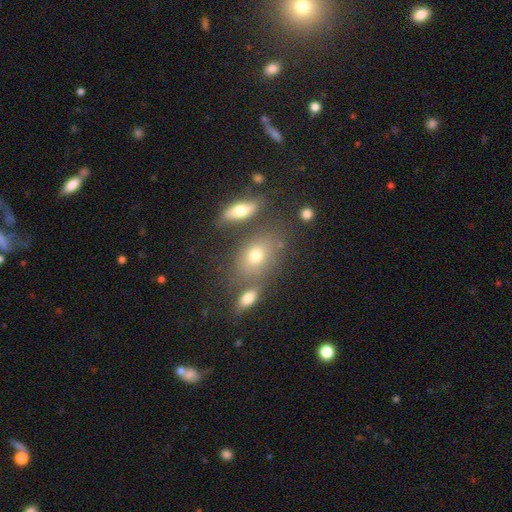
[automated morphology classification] smooth_or_featured: smooth (p=0.71) [alt: featured or disk p=0.16]
how_rounded: in between (p=0.72) [alt: round p=0.24]
merging: none (p=0.60) [alt: merger p=0.21]